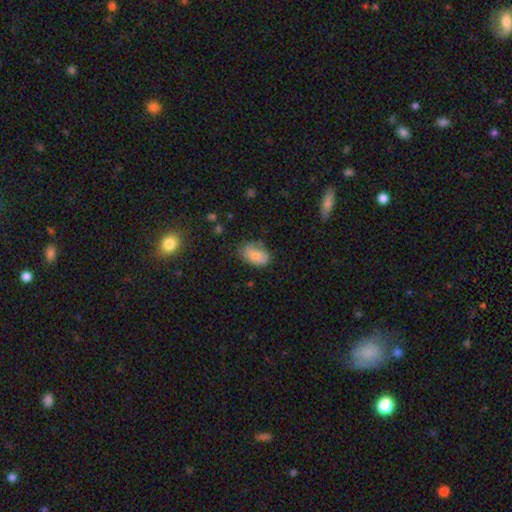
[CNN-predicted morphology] This appears to be a smooth galaxy with no disk features (80%) that is in between round and cigar-shaped (91%). Merging: none (57%).